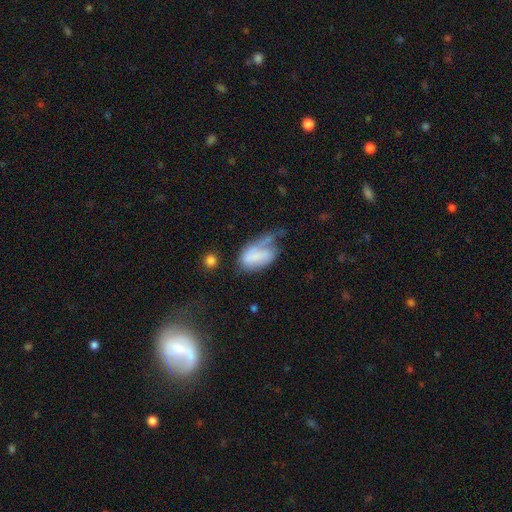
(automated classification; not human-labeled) Morphology: type=smooth (58%); roundness=in between (90%); merging=major disturbance (47%).